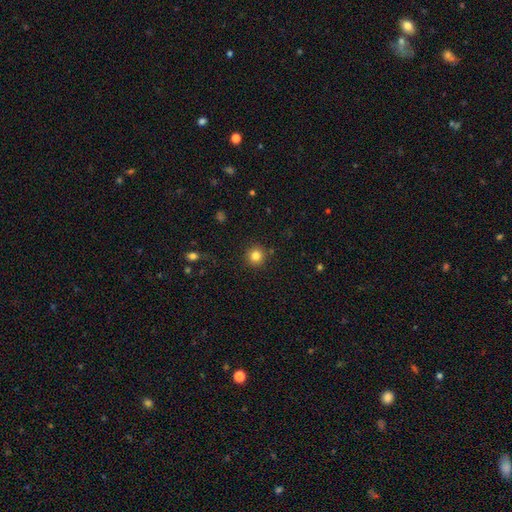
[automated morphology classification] A smooth galaxy with no disk features (83%) that is round (95%). Merging: none (90%).